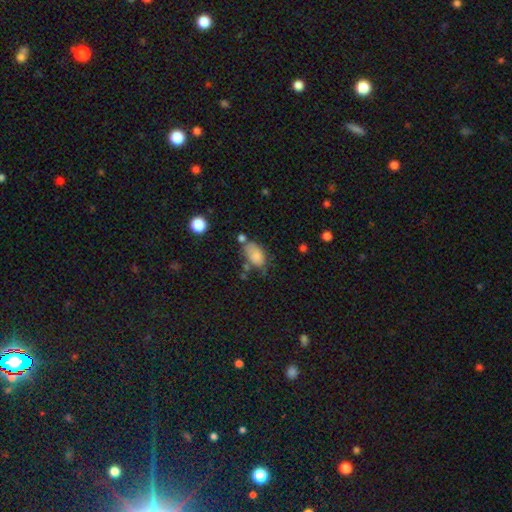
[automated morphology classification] This appears to be a smooth galaxy with no disk features (76%) that is in between round and cigar-shaped (90%). Merging: none (41%).